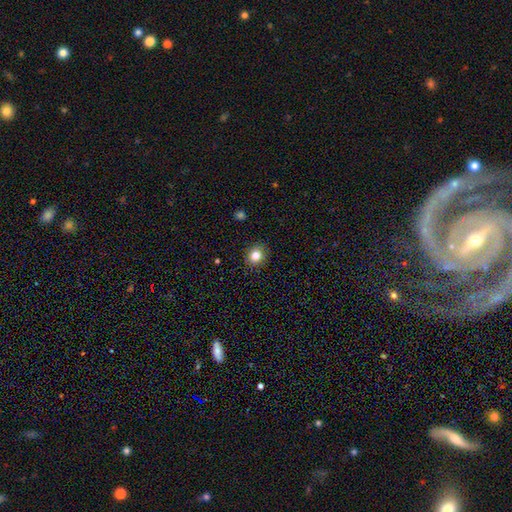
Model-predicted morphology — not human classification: A smooth galaxy with no disk features (81%) that is round (77%).

Vote fractions:
- Smooth or featured? smooth: 81% / star or artifact: 11% / featured or disk: 8%
- How rounded? round: 77% / in between: 23% / cigar-shaped: 1%
- Merging? none: 90% / minor disturbance: 7% / major disturbance: 2% / merger: 1%